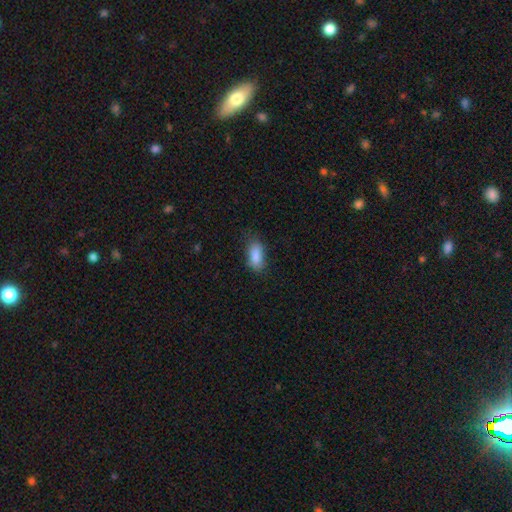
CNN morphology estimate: smooth 87%, star or artifact 7%, featured or disk 6%. Down the decision tree: how rounded — in between (89%); merging — none (73%).